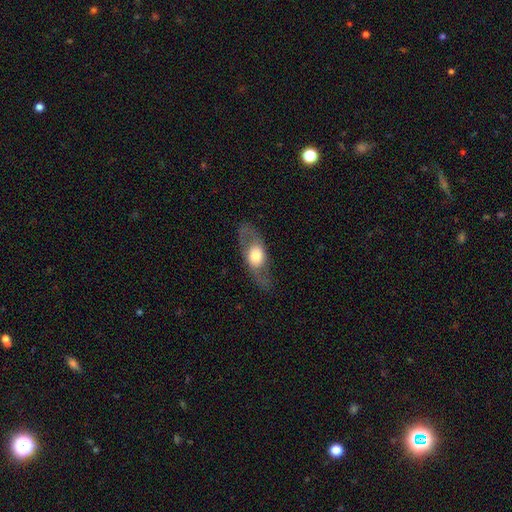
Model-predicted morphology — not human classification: Smooth or featured? Predicted: featured or disk (p=0.57). Edge-on disk? Predicted: no (p=0.74). Merging? Predicted: none (p=0.76).